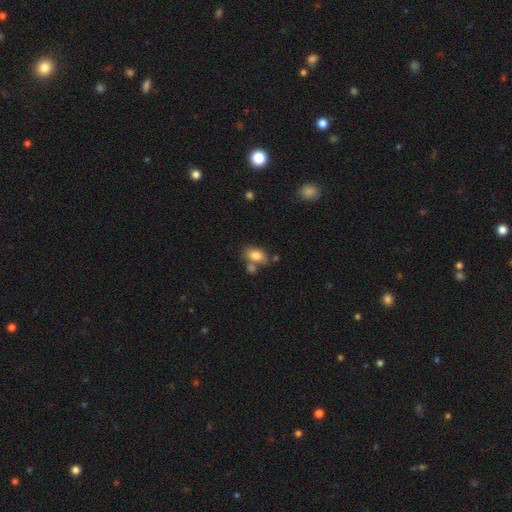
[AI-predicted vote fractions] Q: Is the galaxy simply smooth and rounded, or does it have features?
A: smooth — 81%.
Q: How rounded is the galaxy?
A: in between — 85%.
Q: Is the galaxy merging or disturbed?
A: none — 55%.